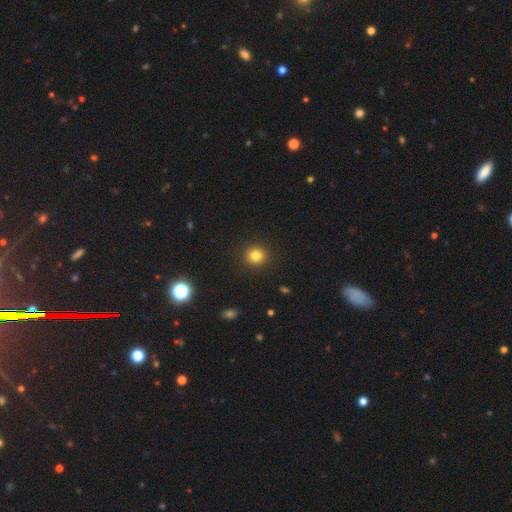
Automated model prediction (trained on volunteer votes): Morphology: type=smooth (82%); roundness=round (90%); merging=none (92%).